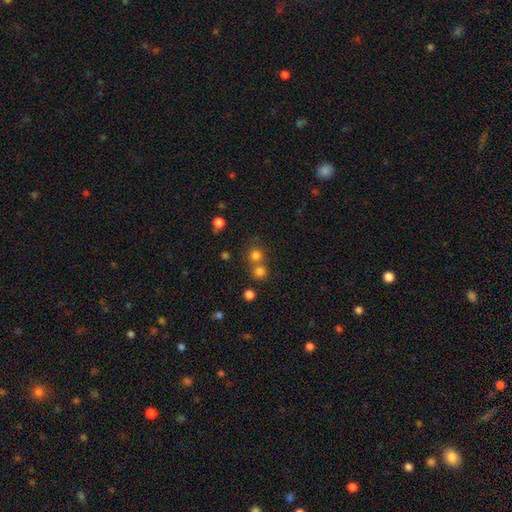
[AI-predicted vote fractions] smooth-or-featured: smooth: 75% | star or artifact: 17% | featured or disk: 8%
  how-rounded: round: 90% | in between: 9% | cigar-shaped: 1%
  merging: none: 57% | merger: 33% | minor disturbance: 7% | major disturbance: 3%